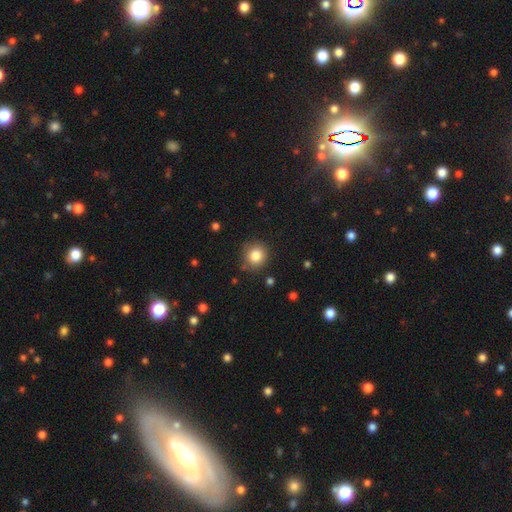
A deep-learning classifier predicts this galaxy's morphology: The model was most divided on "smooth or featured": smooth: 82%, star or artifact: 11%, featured or disk: 7%. More confident: how rounded — round (91%); merging — none (83%).